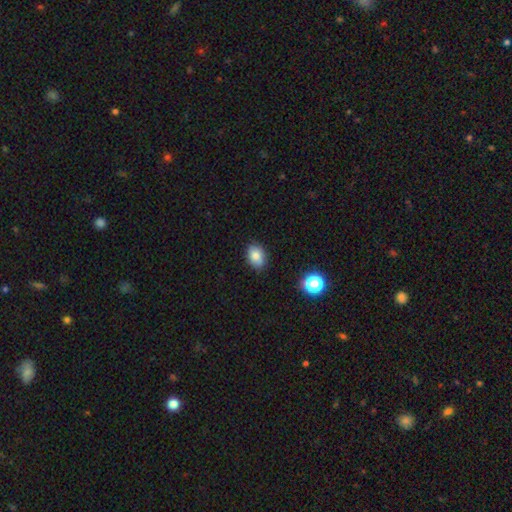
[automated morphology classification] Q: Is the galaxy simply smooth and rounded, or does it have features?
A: smooth — 81%.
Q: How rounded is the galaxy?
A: in between — 71%.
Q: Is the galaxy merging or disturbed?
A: none — 81%.